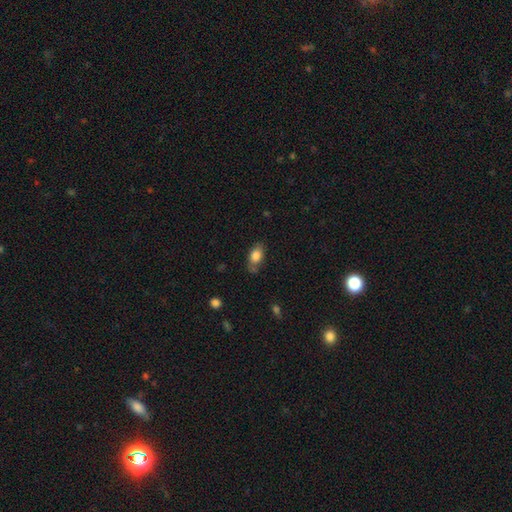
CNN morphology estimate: smooth_or_featured: smooth (p=0.80) [alt: featured or disk p=0.12]
how_rounded: in between (p=0.87) [alt: round p=0.10]
merging: none (p=0.67) [alt: minor disturbance p=0.24]